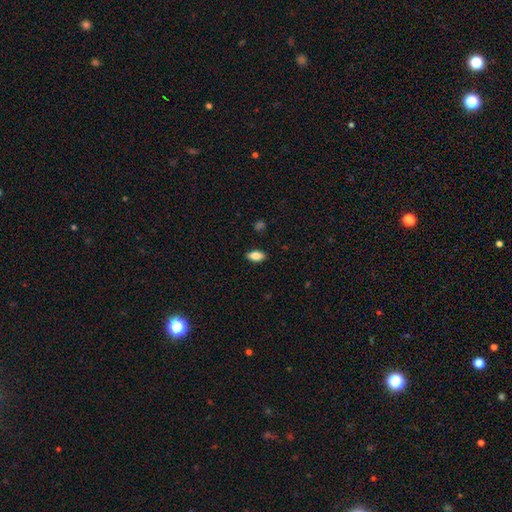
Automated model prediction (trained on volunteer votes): smooth-or-featured: smooth: 83% | featured or disk: 9% | star or artifact: 8%
  how-rounded: in between: 90% | cigar-shaped: 5% | round: 5%
  merging: none: 88% | minor disturbance: 9% | major disturbance: 2% | merger: 1%